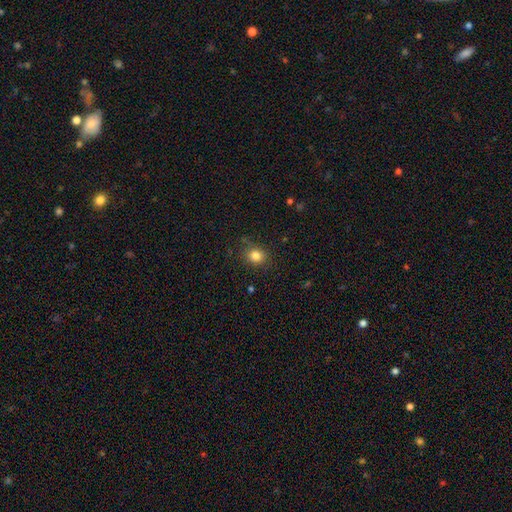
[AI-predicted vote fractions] Smooth or featured? smooth (83%)
How rounded? round (71%)
Merging? none (82%)